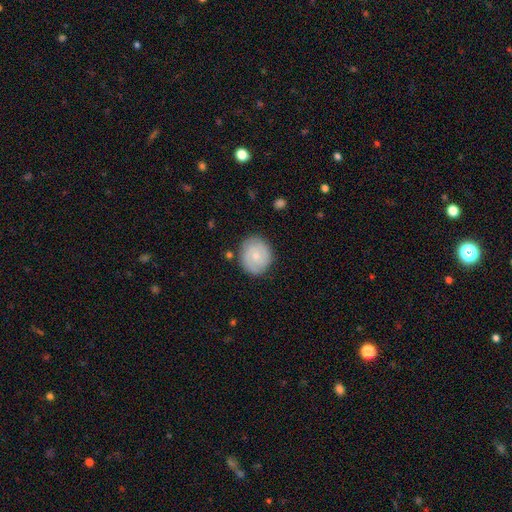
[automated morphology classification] A smooth galaxy with no disk features (55%) that is round (83%). Merging: none (83%).